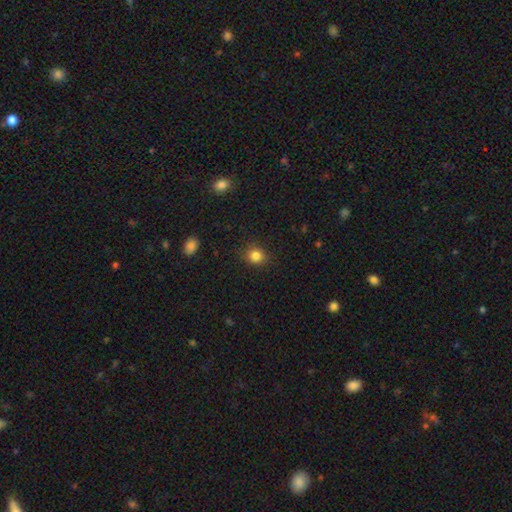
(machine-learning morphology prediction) Q: Smooth or featured?
A: smooth (84%); runner-up: star or artifact (12%)
Q: How rounded?
A: round (79%); runner-up: in between (20%)
Q: Merging?
A: none (86%); runner-up: minor disturbance (10%)